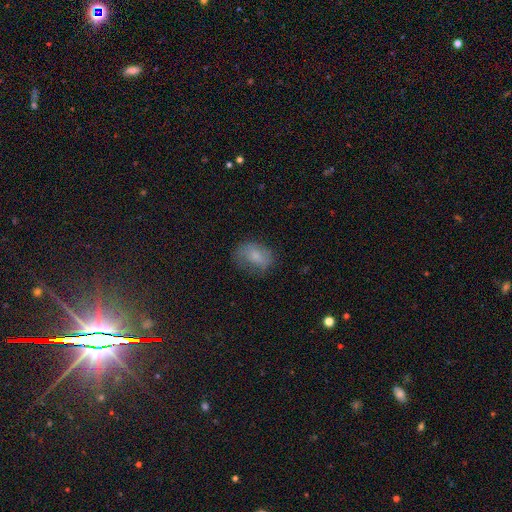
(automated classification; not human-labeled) A smooth galaxy with no disk features (70%) that is in between round and cigar-shaped (78%). Merging: none (63%).